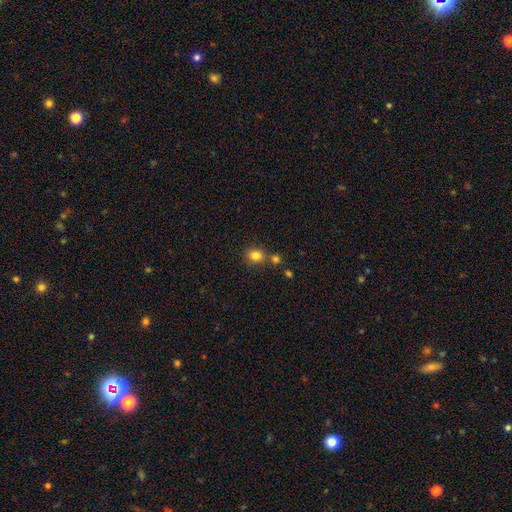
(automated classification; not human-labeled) This appears to be a smooth galaxy with no disk features (82%) that is round (69%). Merging: none (66%).